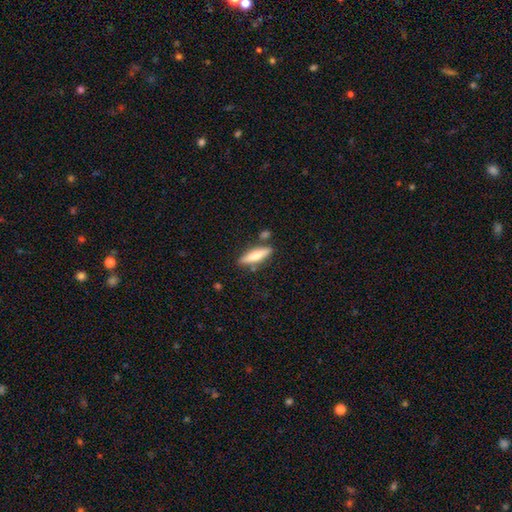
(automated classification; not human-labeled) Smooth or featured?
  - smooth: 65% *
  - featured or disk: 29%
  - star or artifact: 6%
How rounded?
  - cigar-shaped: 68% *
  - in between: 30%
  - round: 2%
Merging?
  - none: 78% *
  - minor disturbance: 12%
  - merger: 7%
  - major disturbance: 3%